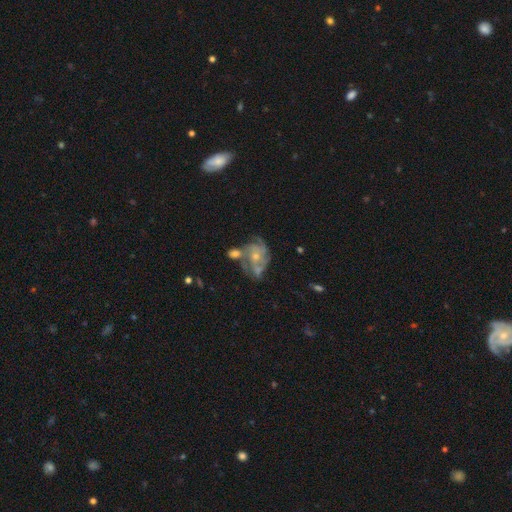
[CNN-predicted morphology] Overall: featured or disk (75%). Edge-on disk: no (97%). Bar: no (79%). Spiral arms: yes (81%). Spiral arm count: can't tell (34%; 3 28%). Spiral winding: tight (43%; medium 41%). Bulge size: small (60%; moderate 35%). Merging: none (35%; merger 28%).